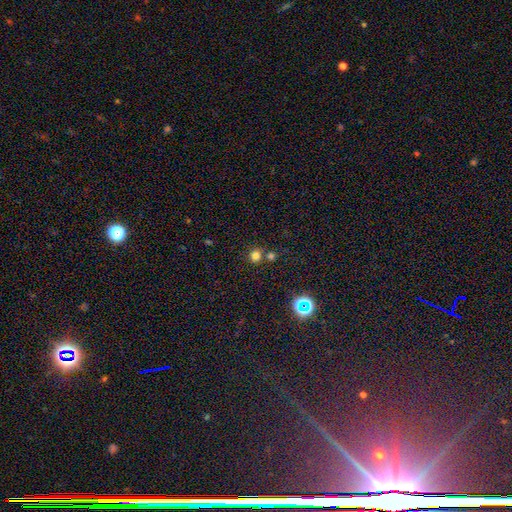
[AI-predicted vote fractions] Smooth or featured: smooth — 76% (star or artifact — 18%)
How rounded: round — 92% (in between — 7%)
Merging: none — 72% (merger — 19%)